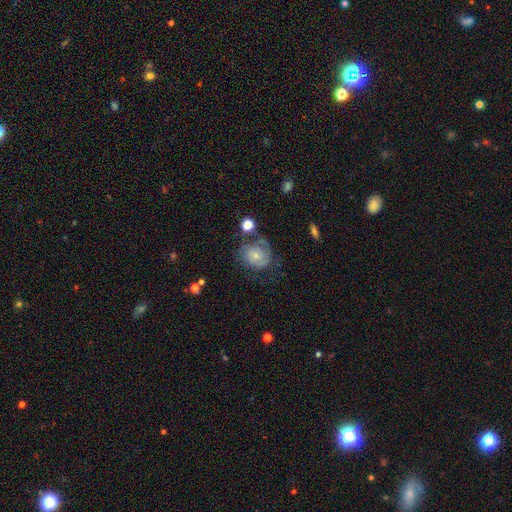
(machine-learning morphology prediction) smooth-or-featured: featured or disk: 53% | smooth: 39% | star or artifact: 8%
  disk-edge-on: no: 97% | yes: 3%
    bar: no: 79% | weak: 18% | strong: 3%
    has-spiral-arms: yes: 72% | no: 28%
    bulge-size: small: 64% | moderate: 28% | none: 4% | large: 2% | dominant: 1%
  merging: none: 43% | minor disturbance: 26% | major disturbance: 24% | merger: 7%